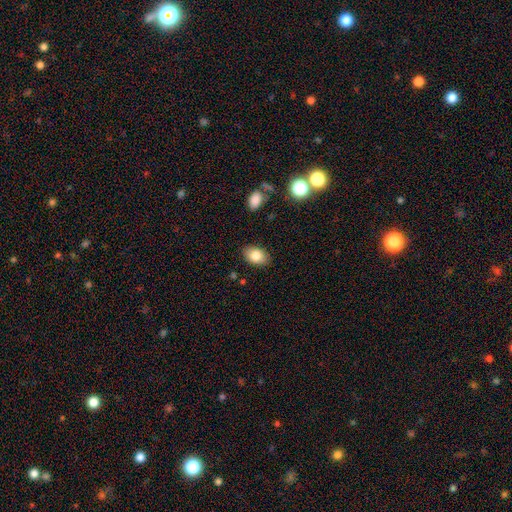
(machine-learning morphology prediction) This appears to be a smooth galaxy with no disk features (82%) that is in between round and cigar-shaped (86%). Merging: none (86%).